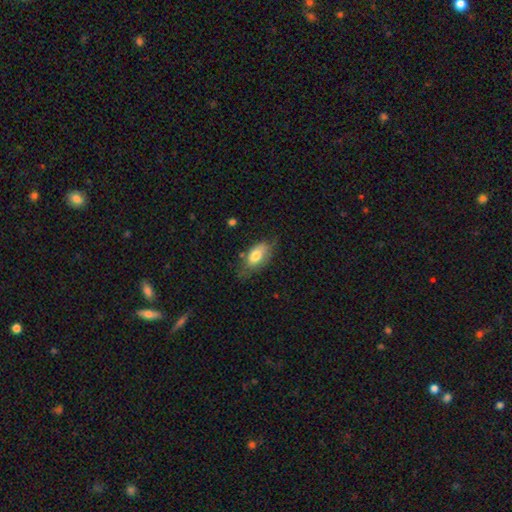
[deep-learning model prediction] Smooth or featured?
  - smooth: 73% *
  - featured or disk: 21%
  - star or artifact: 7%
How rounded?
  - in between: 90% *
  - cigar-shaped: 5%
  - round: 5%
Merging?
  - none: 55% *
  - minor disturbance: 32%
  - major disturbance: 11%
  - merger: 2%